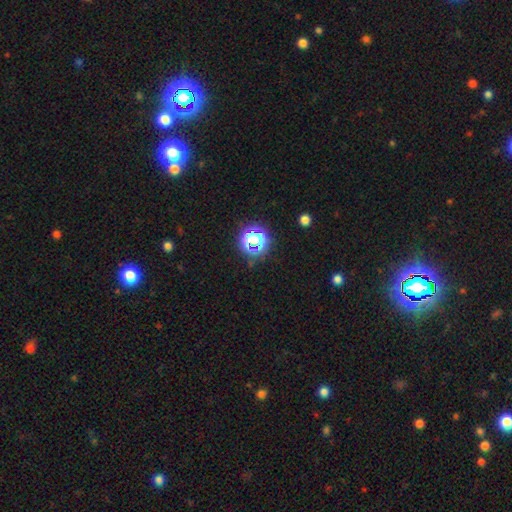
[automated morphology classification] Smooth or featured? Predicted: star or artifact (p=0.69).